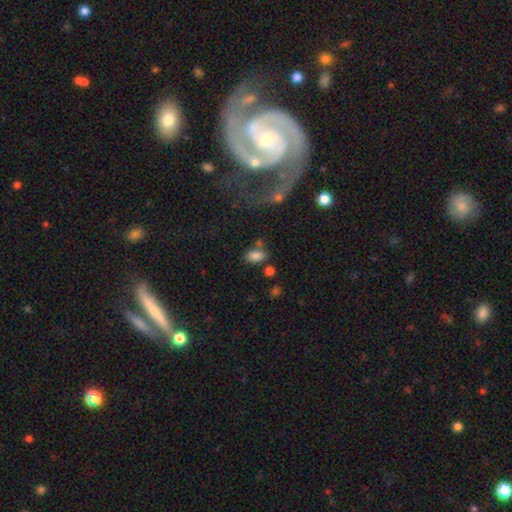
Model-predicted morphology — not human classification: A smooth galaxy with no disk features (82%) that is in between round and cigar-shaped (89%). Merging: none (63%).